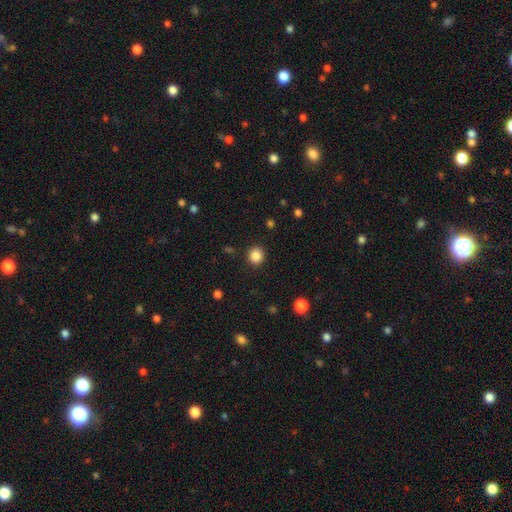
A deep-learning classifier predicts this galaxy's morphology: Q: Smooth or featured?
A: smooth (86%); runner-up: star or artifact (11%)
Q: How rounded?
A: round (89%); runner-up: in between (10%)
Q: Merging?
A: none (90%); runner-up: minor disturbance (6%)